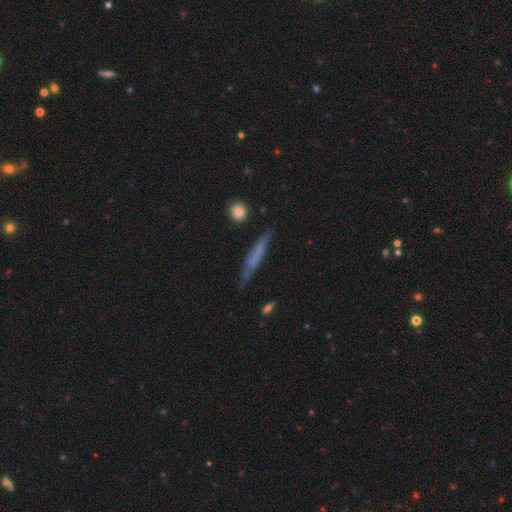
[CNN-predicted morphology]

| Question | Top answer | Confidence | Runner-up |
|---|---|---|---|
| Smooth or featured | smooth | 49% | featured or disk (43%) |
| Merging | none | 76% | minor disturbance (17%) |